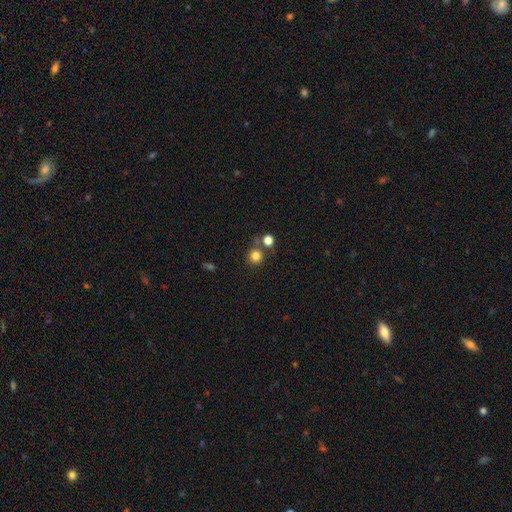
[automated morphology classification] The model was most divided on "merging": none: 66%, merger: 20%, minor disturbance: 10%, major disturbance: 4%. More confident: how rounded — round (90%); smooth or featured — smooth (81%).